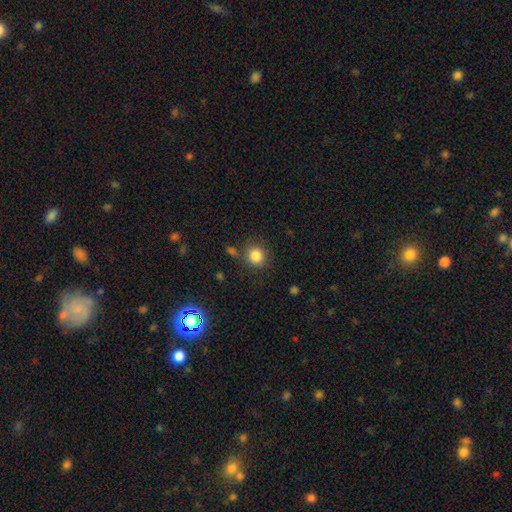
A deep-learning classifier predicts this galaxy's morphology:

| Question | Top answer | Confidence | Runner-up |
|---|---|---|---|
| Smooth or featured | smooth | 84% | star or artifact (11%) |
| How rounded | round | 87% | in between (12%) |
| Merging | none | 76% | minor disturbance (13%) |